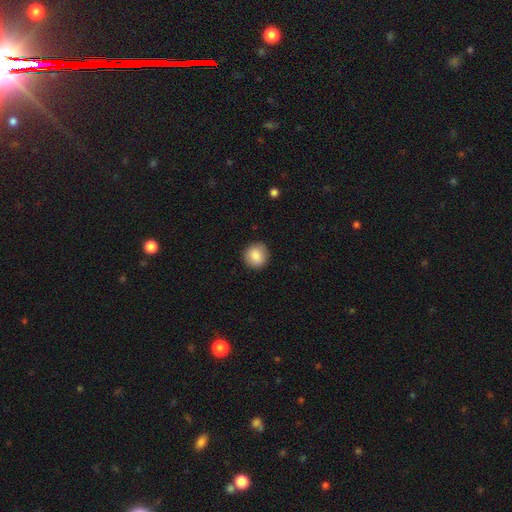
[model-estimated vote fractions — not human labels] smooth-or-featured: smooth: 86% | star or artifact: 8% | featured or disk: 6%
  how-rounded: round: 88% | in between: 11% | cigar-shaped: 1%
  merging: none: 88% | minor disturbance: 9% | major disturbance: 2% | merger: 1%